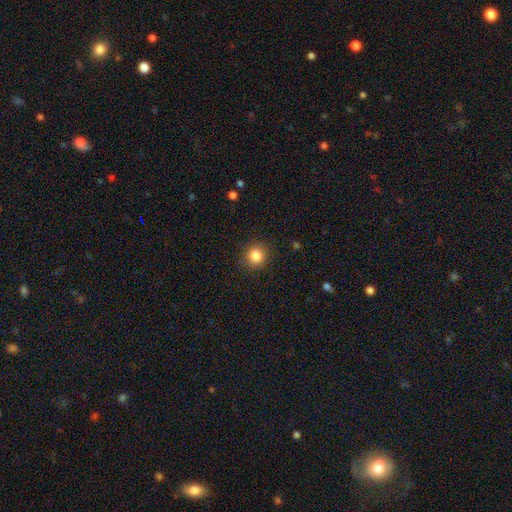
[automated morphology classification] The model was most divided on "smooth or featured": smooth: 84%, star or artifact: 11%, featured or disk: 5%. More confident: how rounded — round (90%); merging — none (89%).